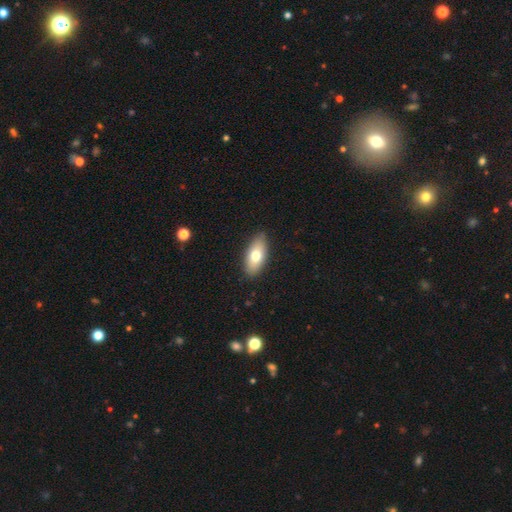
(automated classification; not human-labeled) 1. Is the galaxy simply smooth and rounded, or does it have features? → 72% smooth, 21% featured or disk, 7% star or artifact.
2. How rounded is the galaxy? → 86% in between, 11% cigar-shaped, 3% round.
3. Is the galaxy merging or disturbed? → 87% none, 10% minor disturbance, 2% major disturbance, 1% merger.